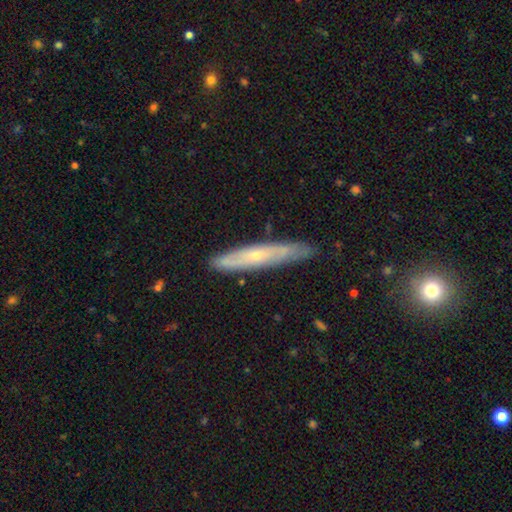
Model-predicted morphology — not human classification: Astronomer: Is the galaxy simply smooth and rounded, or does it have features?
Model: featured or disk — 58% (runner-up: smooth, 35%).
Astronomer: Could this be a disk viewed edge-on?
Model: yes — 72%.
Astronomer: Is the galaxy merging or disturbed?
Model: none — 82%.